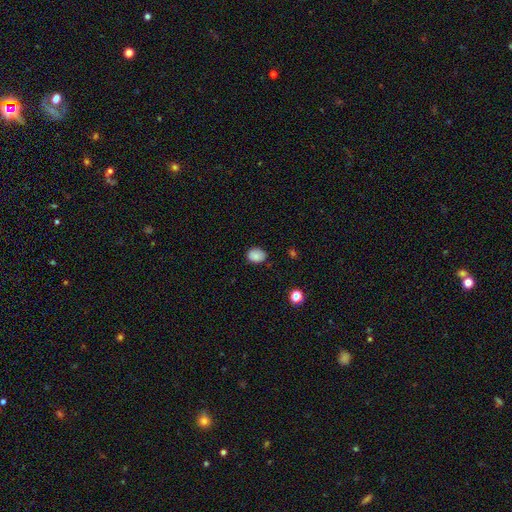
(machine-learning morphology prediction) Smooth or featured?
  - smooth: 85% *
  - star or artifact: 10%
  - featured or disk: 6%
How rounded?
  - in between: 57% *
  - round: 42%
  - cigar-shaped: 1%
Merging?
  - none: 78% *
  - minor disturbance: 18%
  - major disturbance: 3%
  - merger: 1%